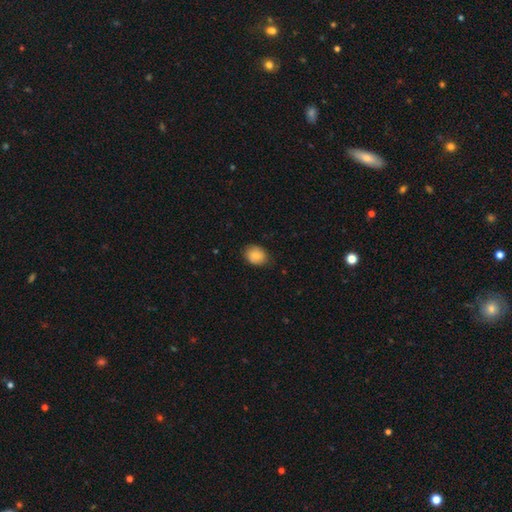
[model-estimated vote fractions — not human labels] Smooth or featured? smooth (78%)
How rounded? in between (54%)
Merging? none (79%)